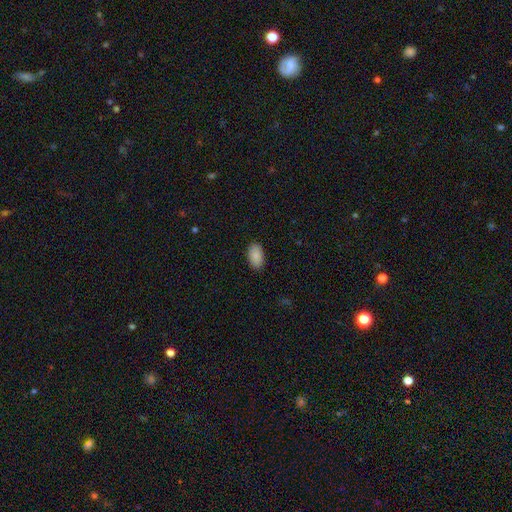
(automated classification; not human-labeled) smooth 88%, star or artifact 7%, featured or disk 5%. Down the decision tree: how rounded — in between (95%); merging — none (89%).